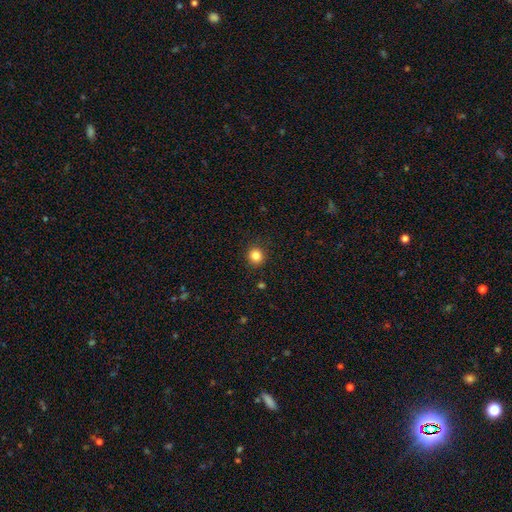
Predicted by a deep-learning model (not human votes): This is clearly a smooth galaxy (84%). How rounded: clearly round (92%). Merging: clearly none (91%).